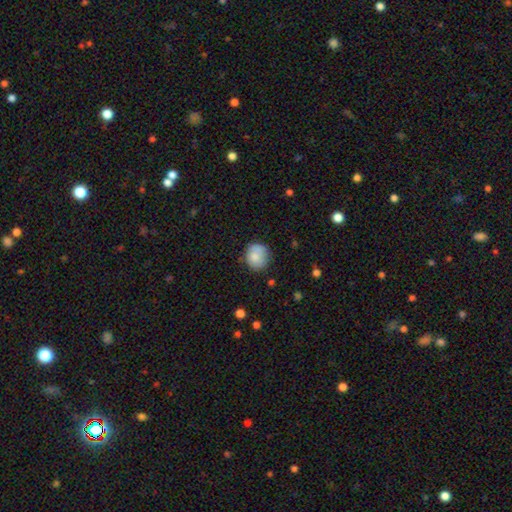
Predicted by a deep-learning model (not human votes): Smooth or featured? Predicted: smooth (p=0.81). How rounded? Predicted: round (p=0.82). Merging? Predicted: none (p=0.68).